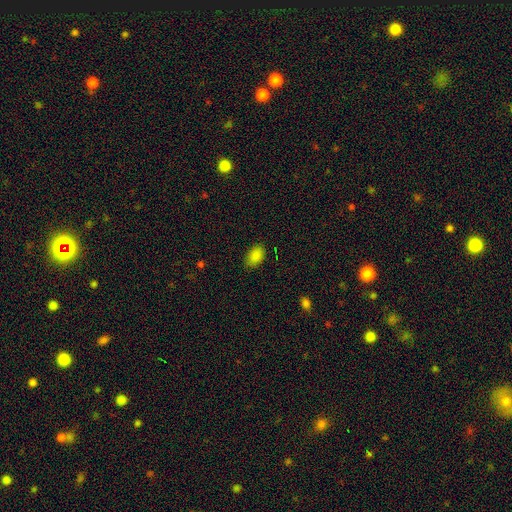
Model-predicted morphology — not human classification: smooth-or-featured: smooth: 86% | star or artifact: 10% | featured or disk: 4%
  how-rounded: in between: 89% | round: 10% | cigar-shaped: 1%
  merging: none: 84% | minor disturbance: 12% | major disturbance: 3% | merger: 1%